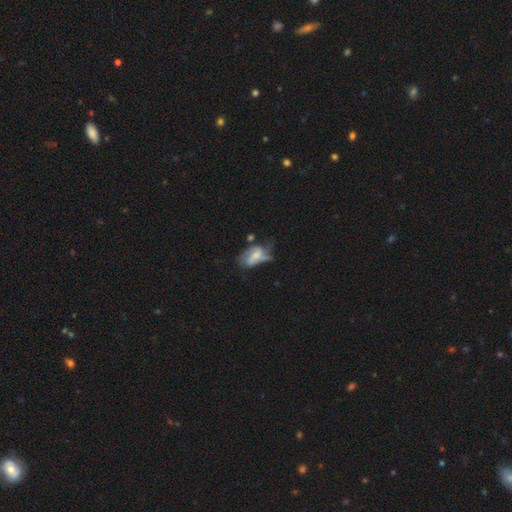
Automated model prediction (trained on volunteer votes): Smooth or featured: featured or disk — 50% (smooth — 41%)
Merging: major disturbance — 35% (minor disturbance — 27%)